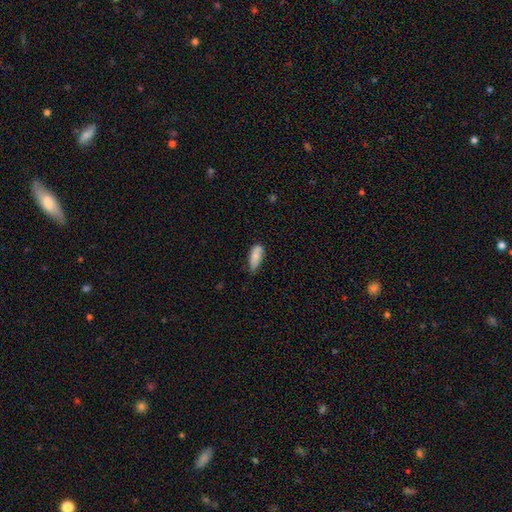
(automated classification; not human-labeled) Morphology: type=smooth (84%); roundness=in between (78%); merging=none (61%).